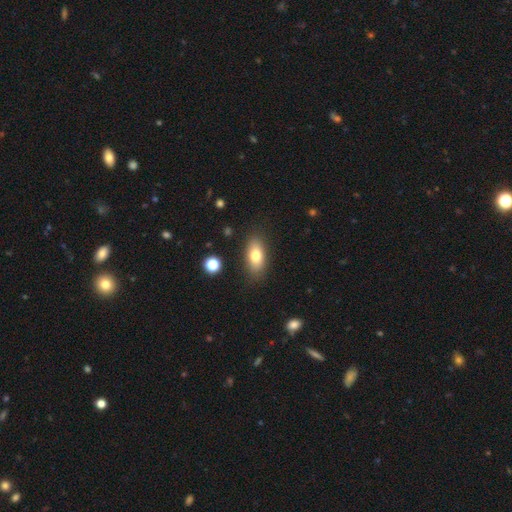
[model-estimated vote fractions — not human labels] Overall: smooth (76%). How rounded: in between (85%). Merging: none (85%).